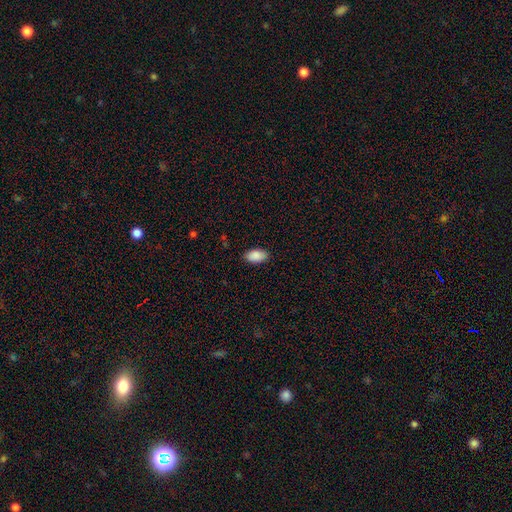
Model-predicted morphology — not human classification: smooth-or-featured: smooth: 90% | star or artifact: 7% | featured or disk: 4%
  how-rounded: in between: 94% | round: 3% | cigar-shaped: 2%
  merging: none: 87% | minor disturbance: 10% | major disturbance: 2% | merger: 1%